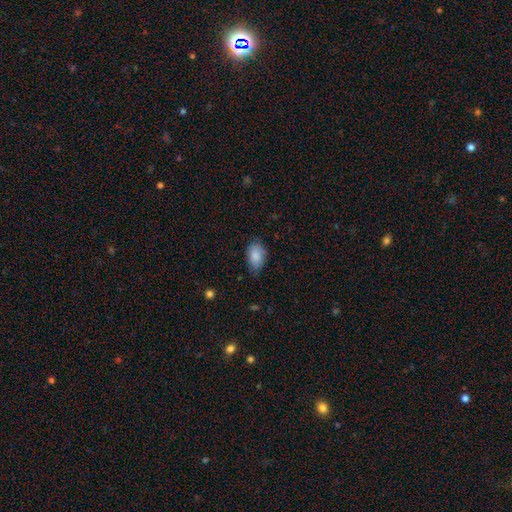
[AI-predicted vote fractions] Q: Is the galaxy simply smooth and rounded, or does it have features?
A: smooth — 86%.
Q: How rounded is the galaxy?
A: in between — 91%.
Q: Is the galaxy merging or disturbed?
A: none — 74%.